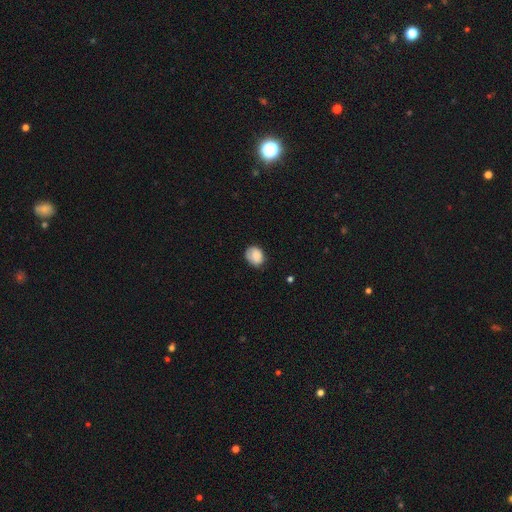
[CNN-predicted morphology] smooth 84%, featured or disk 8%, star or artifact 8%. Down the decision tree: how rounded — round (50%); merging — none (67%).